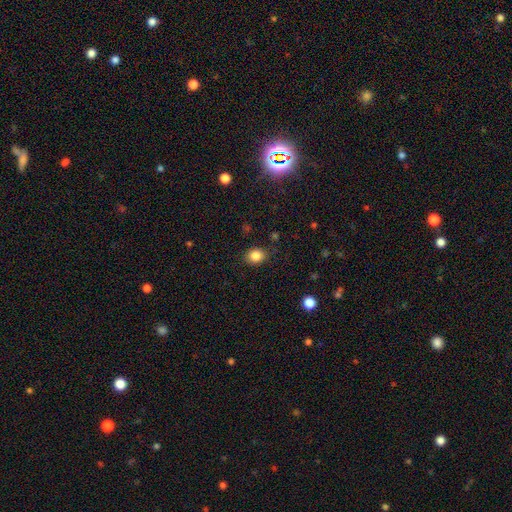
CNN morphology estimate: A smooth galaxy with no disk features (85%) that is round (59%).

Vote fractions:
- Smooth or featured? smooth: 85% / star or artifact: 10% / featured or disk: 5%
- How rounded? round: 59% / in between: 40% / cigar-shaped: 1%
- Merging? none: 85% / minor disturbance: 11% / major disturbance: 3% / merger: 1%